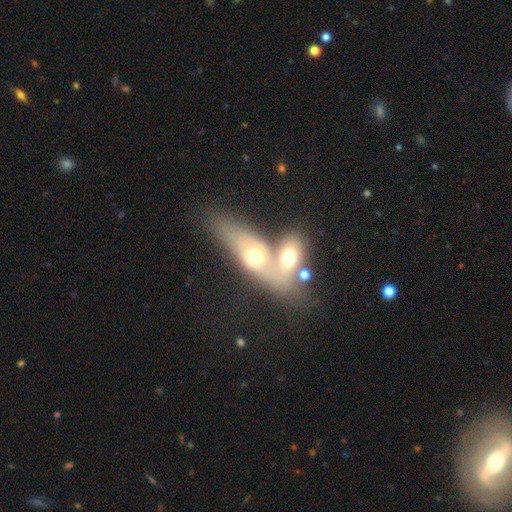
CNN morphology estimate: A featured or disk galaxy (52%).

Vote fractions:
- Smooth or featured? featured or disk: 52% / smooth: 40% / star or artifact: 9%
- Edge-on disk? no: 62% / yes: 38%
- Merging? merger: 70% / none: 17% / minor disturbance: 7% / major disturbance: 6%